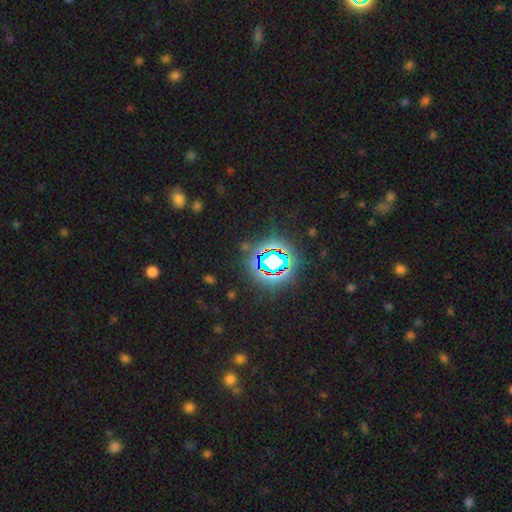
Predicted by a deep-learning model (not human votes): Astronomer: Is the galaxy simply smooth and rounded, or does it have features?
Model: star or artifact — 81%.